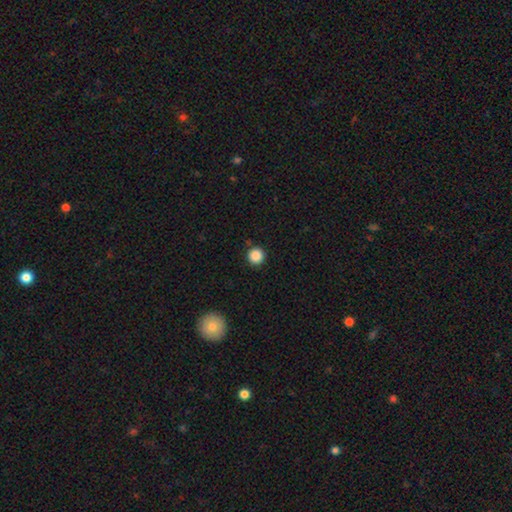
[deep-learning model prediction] This appears to be a smooth galaxy with no disk features (87%) that is round (96%). Merging: none (91%).